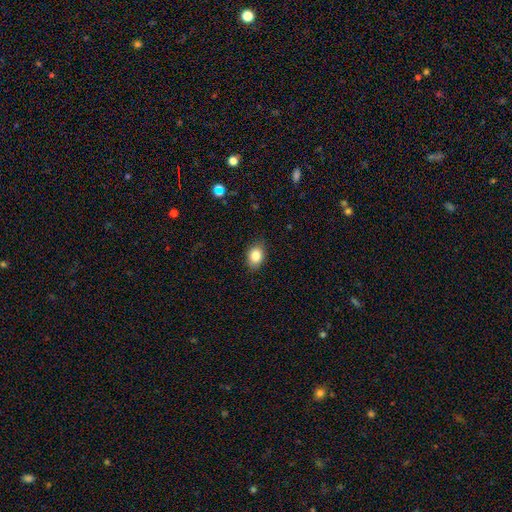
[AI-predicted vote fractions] smooth_or_featured: smooth (p=0.84) [alt: star or artifact p=0.09]
how_rounded: in between (p=0.70) [alt: round p=0.28]
merging: none (p=0.82) [alt: minor disturbance p=0.14]